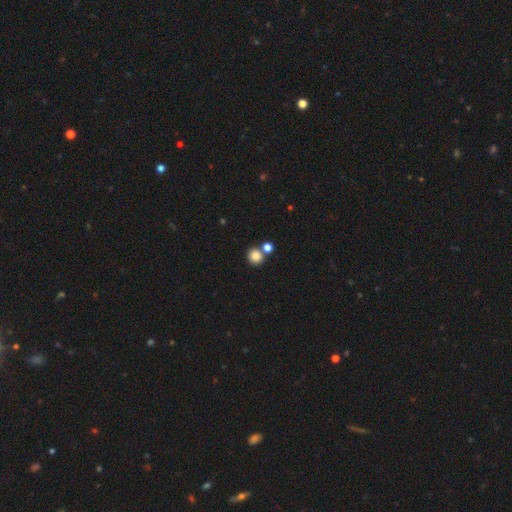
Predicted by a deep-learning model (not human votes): A smooth galaxy with no disk features (84%) that is round (91%).

Vote fractions:
- Smooth or featured? smooth: 84% / star or artifact: 11% / featured or disk: 5%
- How rounded? round: 91% / in between: 8% / cigar-shaped: 1%
- Merging? none: 65% / merger: 25% / minor disturbance: 7% / major disturbance: 3%